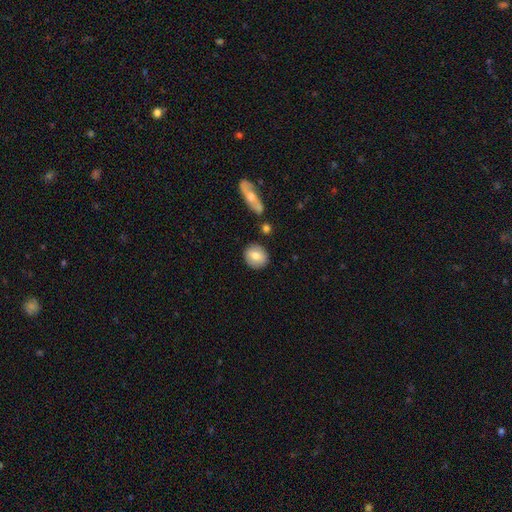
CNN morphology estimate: Smooth or featured: smooth — 76% (featured or disk — 17%)
How rounded: round — 82% (in between — 17%)
Merging: none — 85% (minor disturbance — 9%)